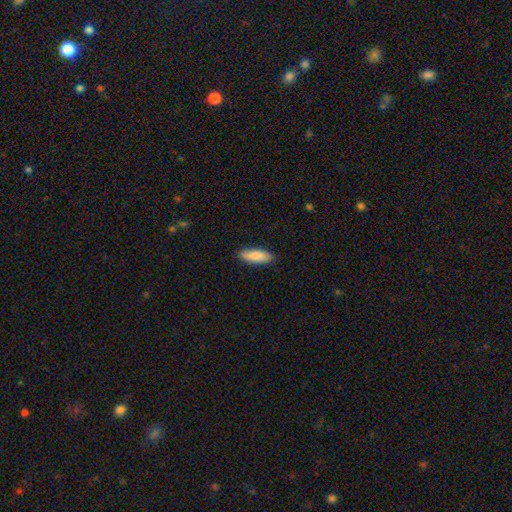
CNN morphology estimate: Smooth or featured: smooth — 87% (featured or disk — 7%)
How rounded: in between — 61% (cigar-shaped — 37%)
Merging: none — 87% (minor disturbance — 10%)